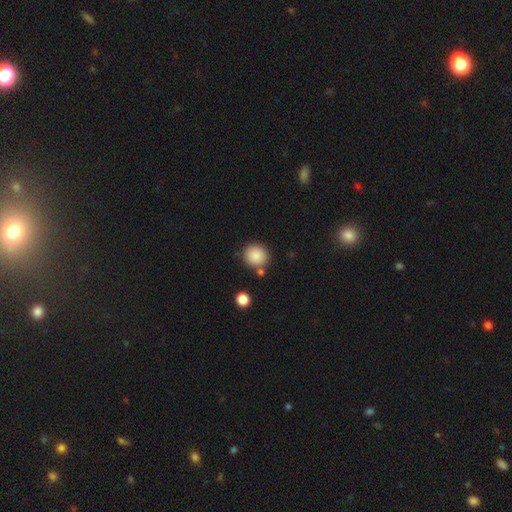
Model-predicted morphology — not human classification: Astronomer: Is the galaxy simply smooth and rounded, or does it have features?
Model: smooth — 87%.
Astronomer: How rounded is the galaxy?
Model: round — 87%.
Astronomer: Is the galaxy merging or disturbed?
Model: none — 80%.